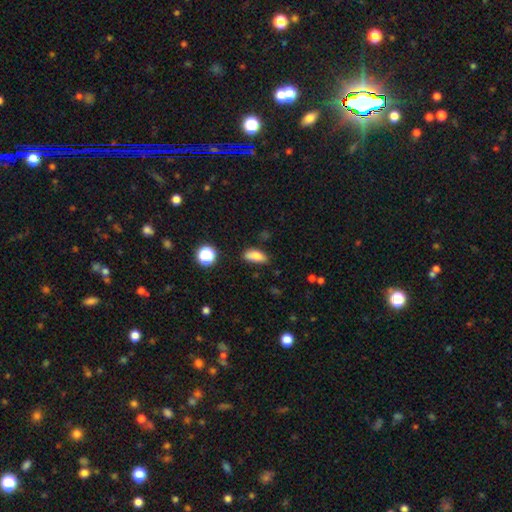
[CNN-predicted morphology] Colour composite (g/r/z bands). It shows a smooth galaxy with no disk features (79%) that is in between round and cigar-shaped (80%). Merging: none (66%).